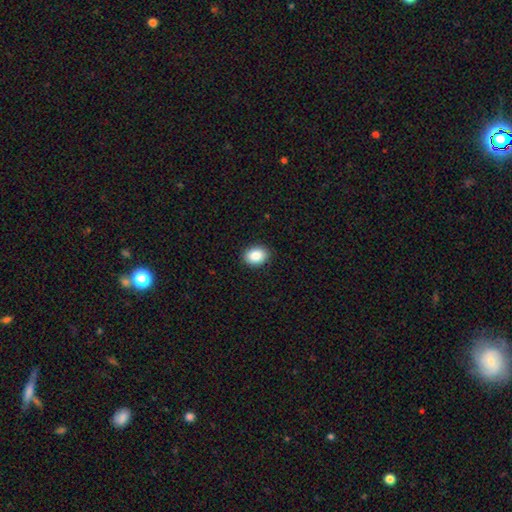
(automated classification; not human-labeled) This appears to be a smooth galaxy with no disk features (88%) that is in between round and cigar-shaped (58%). Merging: none (90%).